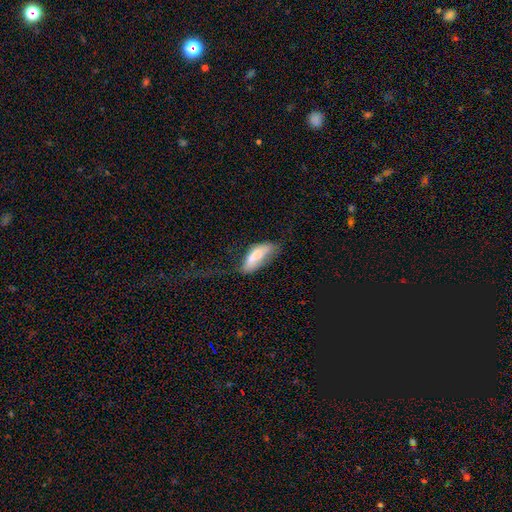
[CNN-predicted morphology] smooth_or_featured: smooth (p=0.68) [alt: featured or disk p=0.24]
how_rounded: in between (p=0.80) [alt: cigar-shaped p=0.18]
merging: major disturbance (p=0.38) [alt: minor disturbance p=0.29]